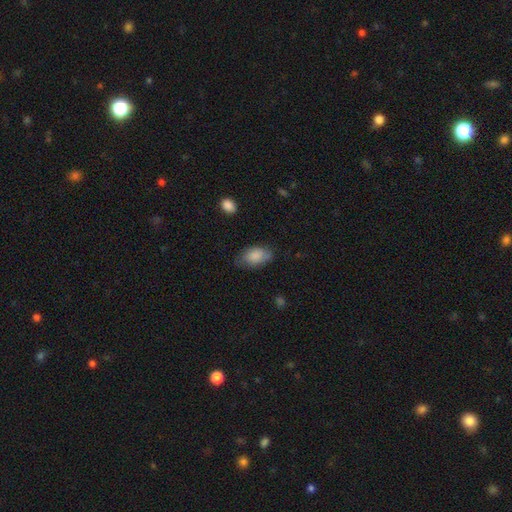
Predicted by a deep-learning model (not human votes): This is clearly a smooth galaxy (83%). How rounded: clearly in between (92%). Merging: likely none (64%).